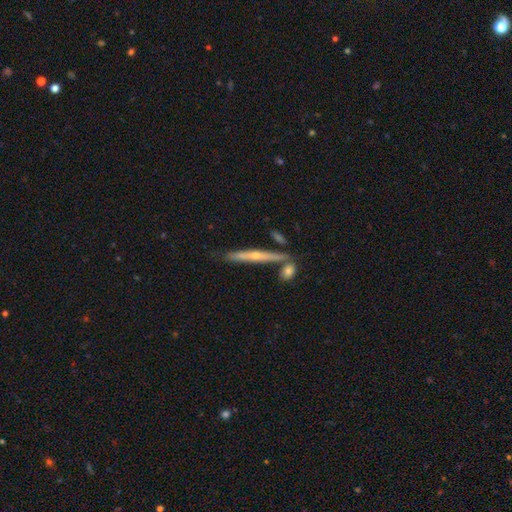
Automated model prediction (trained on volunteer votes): A featured or disk galaxy (65%) viewed edge-on (95%) with a rounded central bulge (74%).

Vote fractions:
- Smooth or featured? featured or disk: 65% / smooth: 28% / star or artifact: 7%
- Edge-on disk? yes: 95% / no: 5%
- Edge-on bulge? rounded: 74% / none: 22% / boxy: 3%
- Merging? none: 74% / merger: 13% / minor disturbance: 11% / major disturbance: 3%